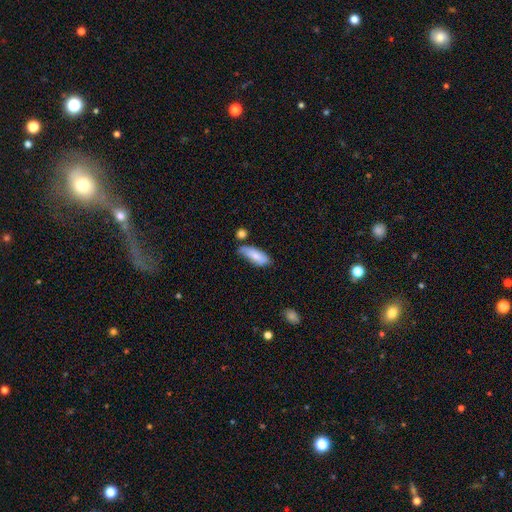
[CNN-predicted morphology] This is likely a smooth galaxy (76%). How rounded: likely in between (77%). Merging: possibly none (49%).